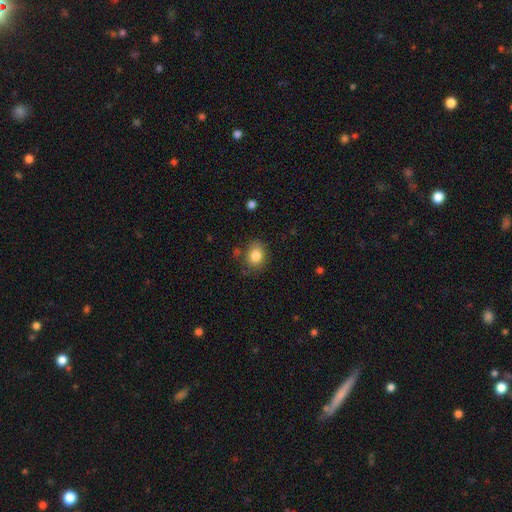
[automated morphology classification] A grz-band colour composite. It shows a smooth galaxy with no disk features (83%) that is in between round and cigar-shaped (50%). Merging: none (70%).